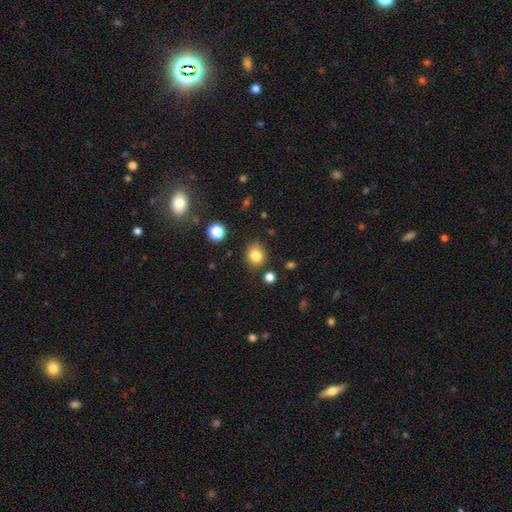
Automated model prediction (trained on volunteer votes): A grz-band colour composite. It shows a smooth galaxy with no disk features (82%) that is round (65%). Merging: none (81%).